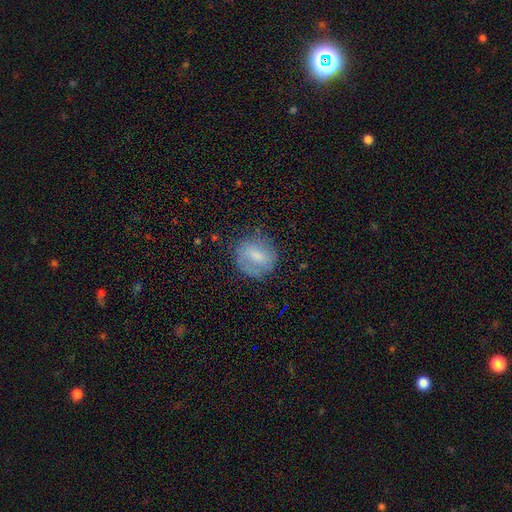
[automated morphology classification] This appears to be a smooth galaxy with no disk features (64%) that is round (68%). Merging: none (68%).